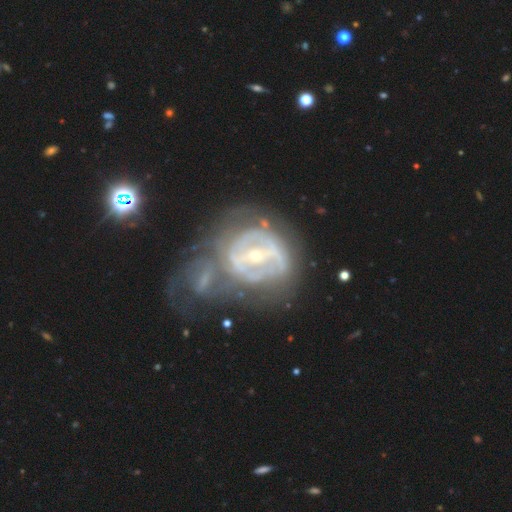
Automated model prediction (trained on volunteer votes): The model was most divided on "bar": strong: 46%, weak: 34%, no: 21%. Remaining: edge-on disk — no (96%); smooth or featured — featured or disk (83%); spiral arms — yes (68%); bulge size — small (67%); spiral winding — tight (59%); spiral arm count — can't tell (50%); merging — merger (42%).